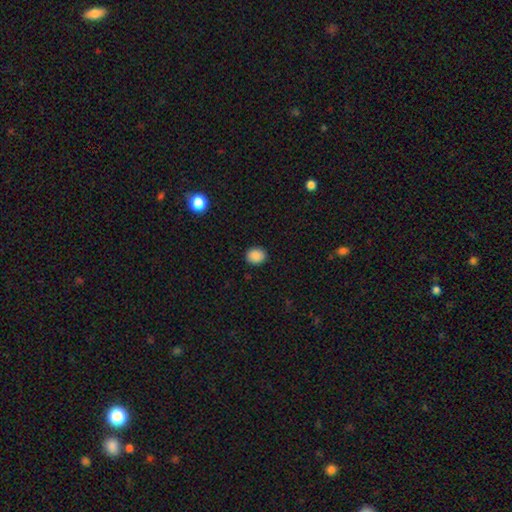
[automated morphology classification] The model was most divided on "how rounded": round: 63%, in between: 36%, cigar-shaped: 1%. More confident: merging — none (90%); smooth or featured — smooth (88%).